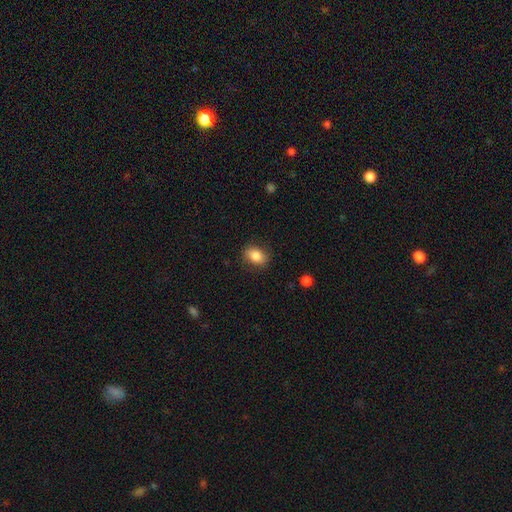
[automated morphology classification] The model was most divided on "how rounded": in between: 76%, round: 22%, cigar-shaped: 2%. More confident: smooth or featured — smooth (85%); merging — none (85%).